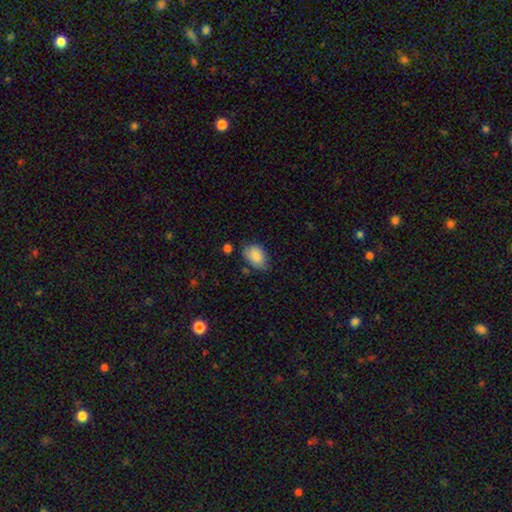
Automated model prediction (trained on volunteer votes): smooth-or-featured: smooth: 85% | featured or disk: 7% | star or artifact: 7%
  how-rounded: in between: 83% | round: 16% | cigar-shaped: 1%
  merging: none: 61% | minor disturbance: 30% | major disturbance: 6% | merger: 3%